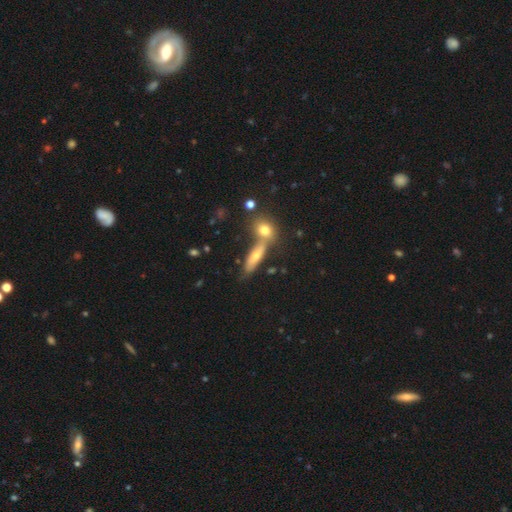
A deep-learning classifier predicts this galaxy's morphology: Smooth or featured?
  - smooth: 59% *
  - featured or disk: 32%
  - star or artifact: 9%
How rounded?
  - cigar-shaped: 53% *
  - in between: 42%
  - round: 5%
Merging?
  - none: 52% *
  - merger: 32%
  - minor disturbance: 12%
  - major disturbance: 4%